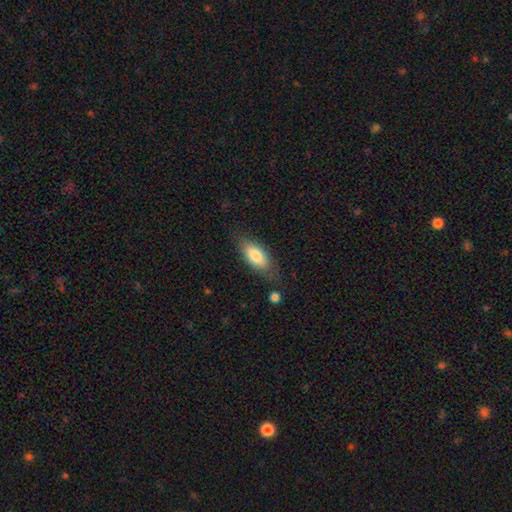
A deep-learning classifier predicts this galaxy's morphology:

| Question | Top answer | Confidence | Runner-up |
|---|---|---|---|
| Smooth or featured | smooth | 79% | featured or disk (14%) |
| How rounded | in between | 81% | cigar-shaped (17%) |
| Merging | none | 74% | minor disturbance (18%) |